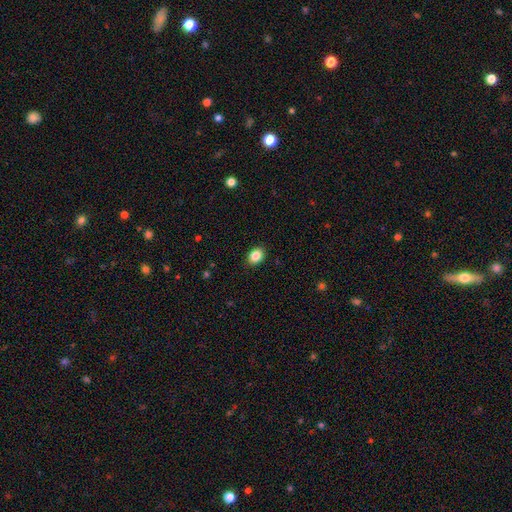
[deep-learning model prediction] Smooth or featured: smooth — 87% (star or artifact — 9%)
How rounded: in between — 69% (round — 30%)
Merging: none — 89% (minor disturbance — 8%)